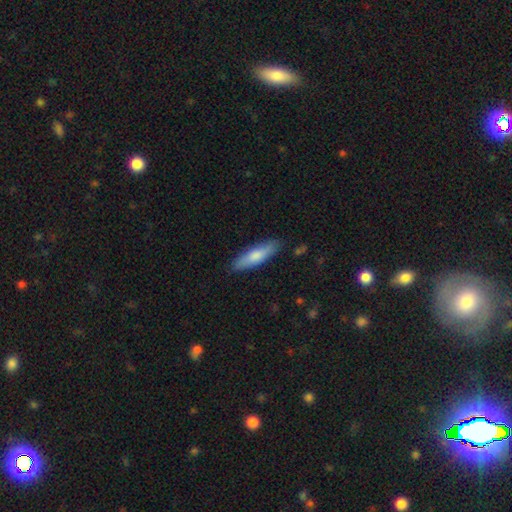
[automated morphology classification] Q: Smooth or featured?
A: smooth (74%); runner-up: featured or disk (21%)
Q: How rounded?
A: cigar-shaped (65%); runner-up: in between (34%)
Q: Merging?
A: none (85%); runner-up: minor disturbance (11%)